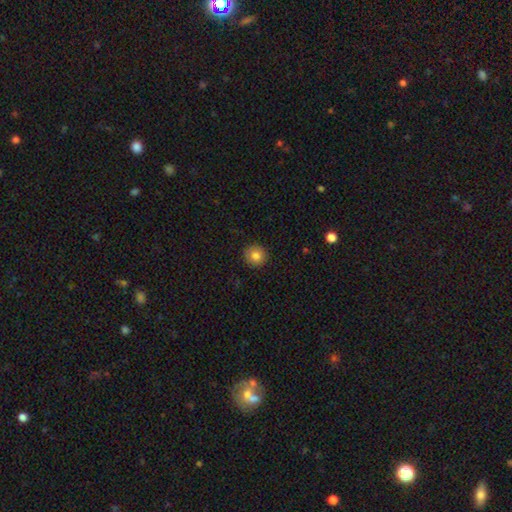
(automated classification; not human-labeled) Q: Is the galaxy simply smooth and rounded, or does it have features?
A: smooth — 83%.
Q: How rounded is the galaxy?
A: round — 92%.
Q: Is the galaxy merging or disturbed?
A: none — 90%.